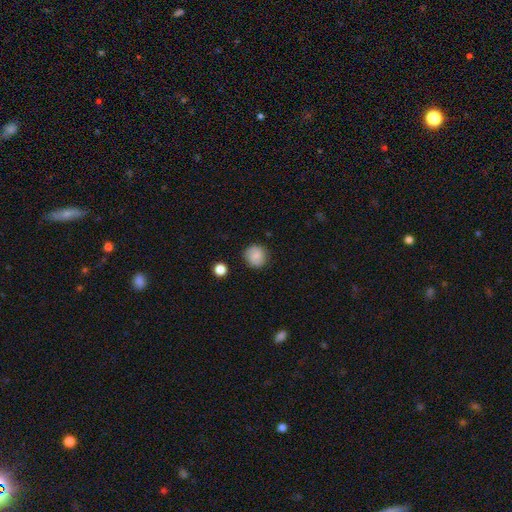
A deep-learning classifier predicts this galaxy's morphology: Smooth or featured? smooth (83%)
How rounded? round (87%)
Merging? none (85%)